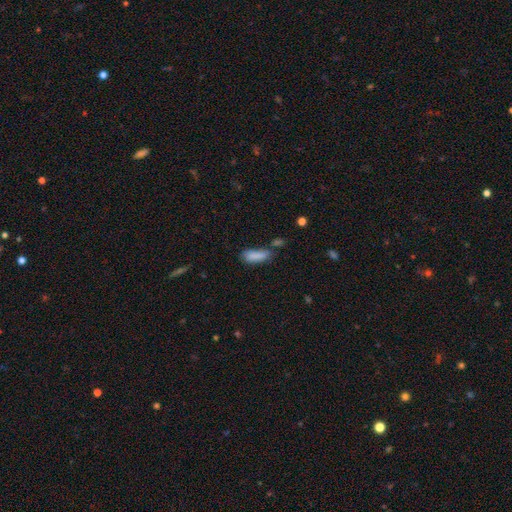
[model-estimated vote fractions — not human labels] smooth 83%, featured or disk 8%, star or artifact 8%. Down the decision tree: how rounded — in between (65%); merging — none (46%).